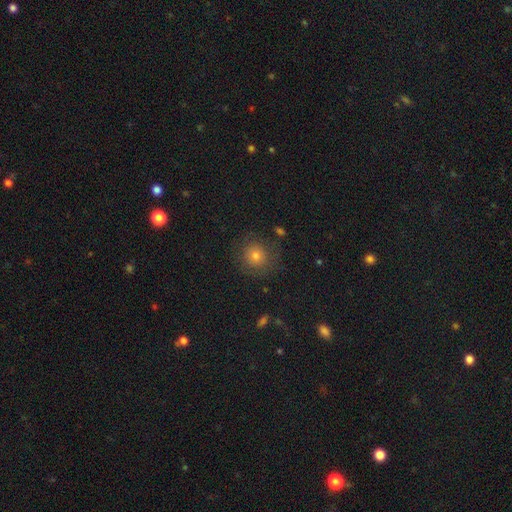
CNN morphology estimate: Smooth or featured: smooth — 69% (star or artifact — 18%)
How rounded: round — 91% (in between — 8%)
Merging: none — 81% (minor disturbance — 12%)